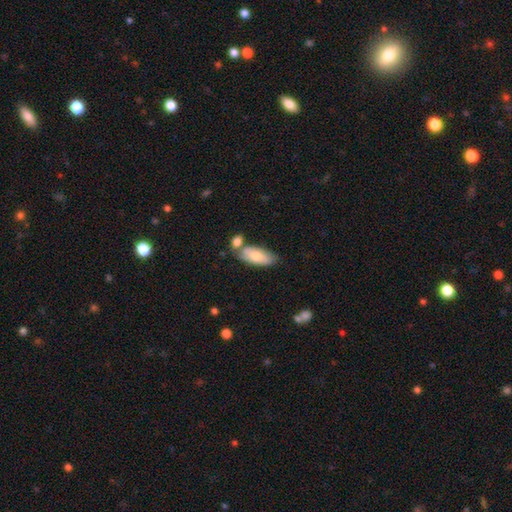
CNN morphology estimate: A smooth galaxy with no disk features (70%) that is in between round and cigar-shaped (83%).

Vote fractions:
- Smooth or featured? smooth: 70% / featured or disk: 24% / star or artifact: 6%
- How rounded? in between: 83% / cigar-shaped: 15% / round: 2%
- Merging? none: 57% / merger: 23% / minor disturbance: 16% / major disturbance: 4%